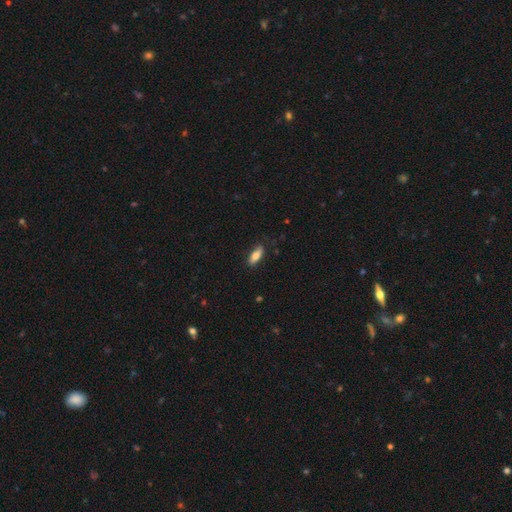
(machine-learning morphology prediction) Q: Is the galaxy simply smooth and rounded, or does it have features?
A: smooth — 77%.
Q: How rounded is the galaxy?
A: in between — 70%.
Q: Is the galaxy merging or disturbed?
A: none — 83%.